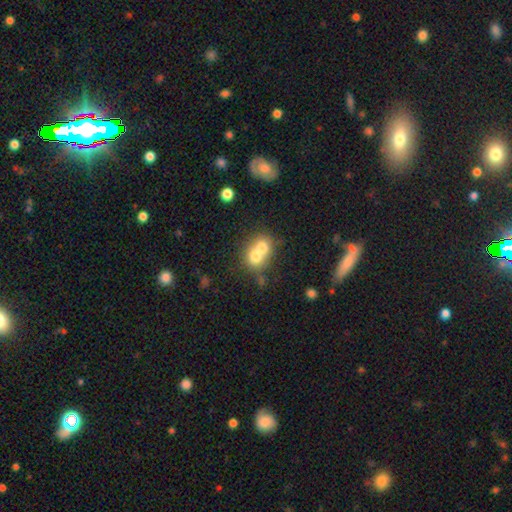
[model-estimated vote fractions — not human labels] A smooth galaxy with no disk features (68%) that is round (68%). Merging: merger (70%).